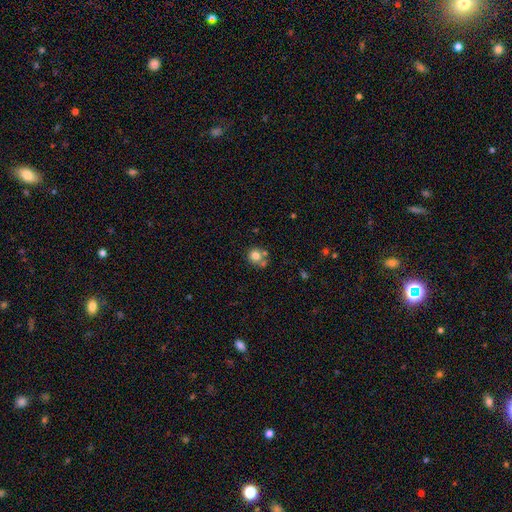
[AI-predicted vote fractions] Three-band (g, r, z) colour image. It shows a smooth galaxy with no disk features (76%) that is round (86%). Merging: none (54%).